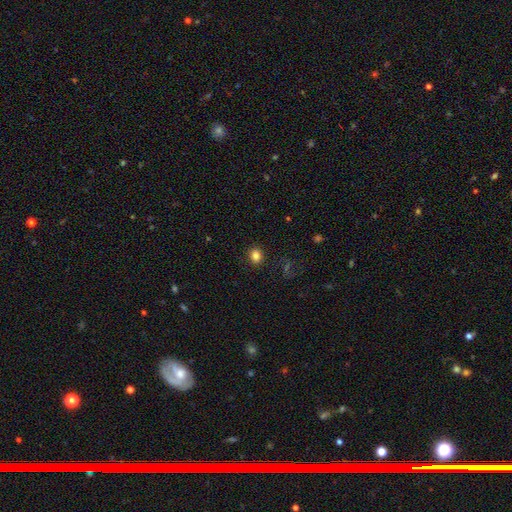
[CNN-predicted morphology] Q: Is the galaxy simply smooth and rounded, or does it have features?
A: smooth — 83%.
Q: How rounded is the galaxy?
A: round — 61%.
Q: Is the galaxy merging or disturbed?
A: none — 89%.